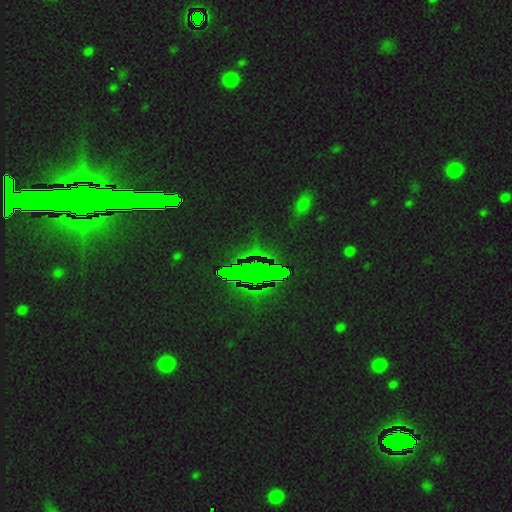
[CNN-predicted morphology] This is clearly a star or artifact rather than a galaxy (81%).